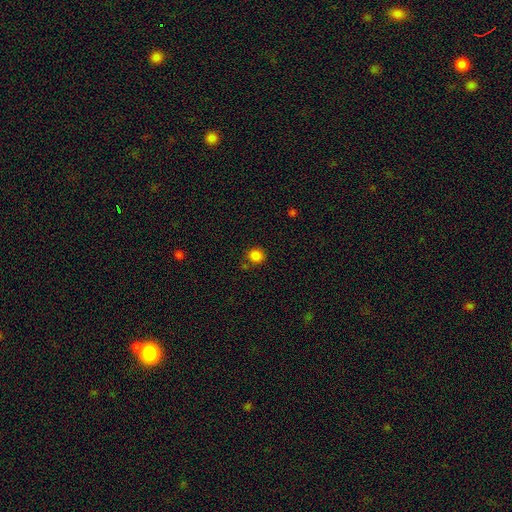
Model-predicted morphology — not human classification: Smooth or featured?
  - smooth: 84% *
  - star or artifact: 12%
  - featured or disk: 4%
How rounded?
  - round: 90% *
  - in between: 9%
  - cigar-shaped: 1%
Merging?
  - none: 81% *
  - minor disturbance: 10%
  - merger: 7%
  - major disturbance: 3%